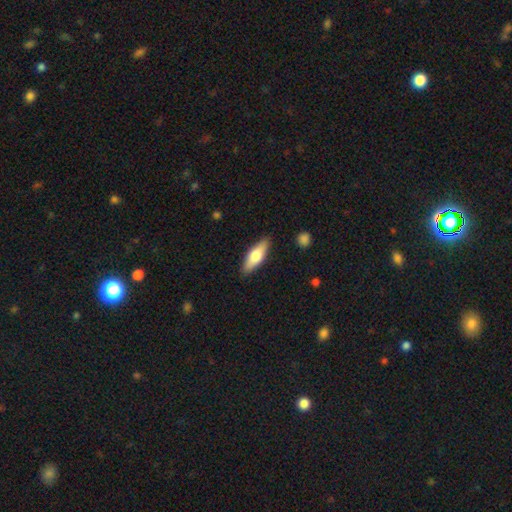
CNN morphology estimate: Smooth or featured? smooth (63%)
How rounded? in between (57%)
Merging? none (88%)